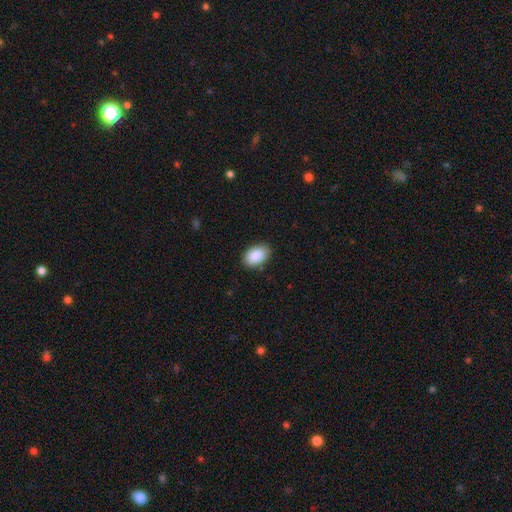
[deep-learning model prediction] smooth_or_featured: smooth (p=0.90) [alt: star or artifact p=0.06]
how_rounded: in between (p=0.91) [alt: round p=0.08]
merging: none (p=0.86) [alt: minor disturbance p=0.10]